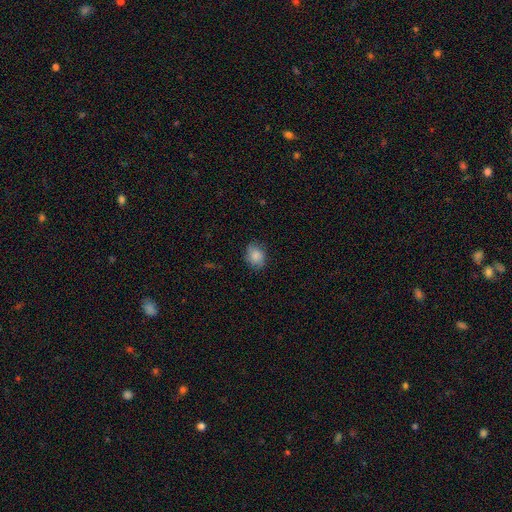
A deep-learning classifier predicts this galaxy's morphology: Overall: smooth (85%). How rounded: round (53%; in between 46%). Merging: none (79%).